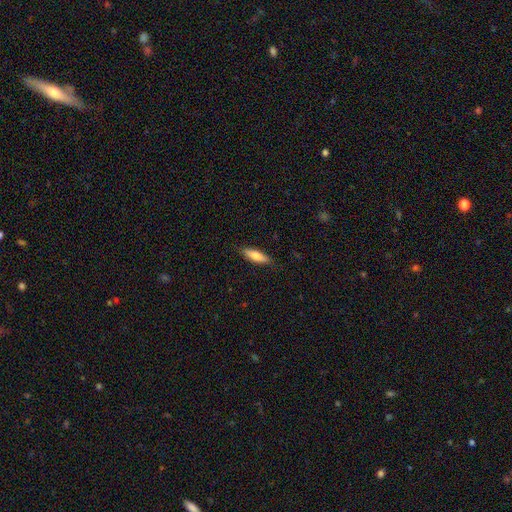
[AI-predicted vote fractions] Smooth or featured? smooth (75%)
How rounded? cigar-shaped (57%)
Merging? none (86%)